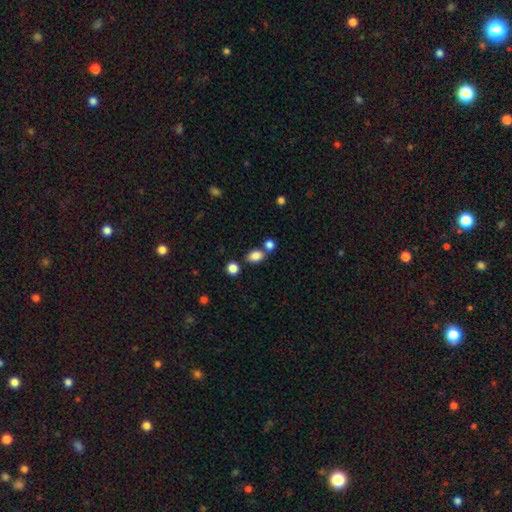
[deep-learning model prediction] This appears to be a smooth galaxy with no disk features (84%) that is in between round and cigar-shaped (70%). Merging: none (64%).